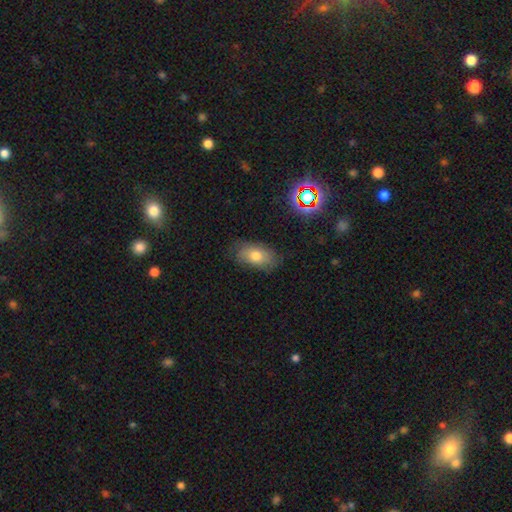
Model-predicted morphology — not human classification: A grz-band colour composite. It shows a smooth galaxy with no disk features (71%) that is in between round and cigar-shaped (90%). Merging: none (76%).